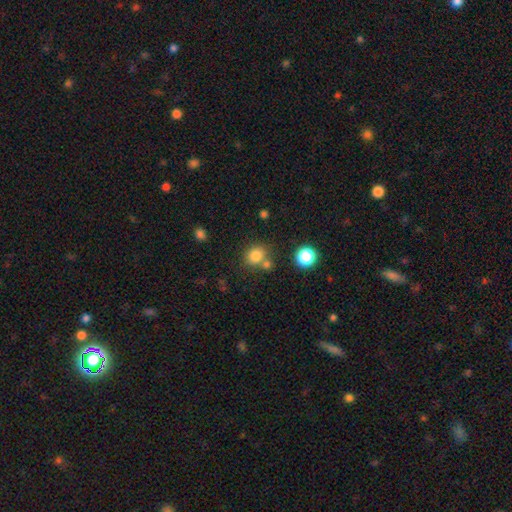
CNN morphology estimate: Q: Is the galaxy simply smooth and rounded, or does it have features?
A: smooth — 81%.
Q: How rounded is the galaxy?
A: round — 73%.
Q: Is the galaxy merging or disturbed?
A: none — 66%.